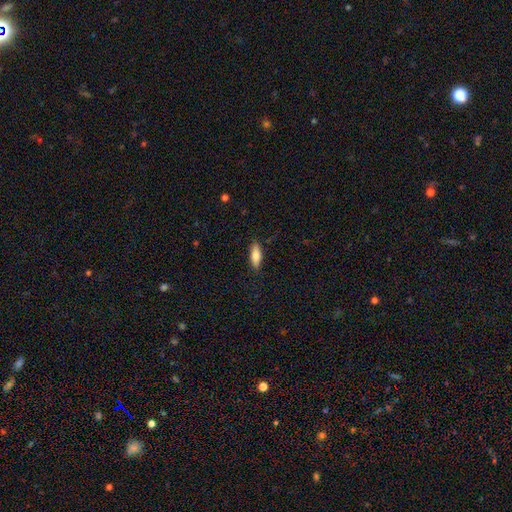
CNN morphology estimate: Smooth or featured? Predicted: smooth (p=0.77). How rounded? Predicted: in between (p=0.60). Merging? Predicted: none (p=0.85).